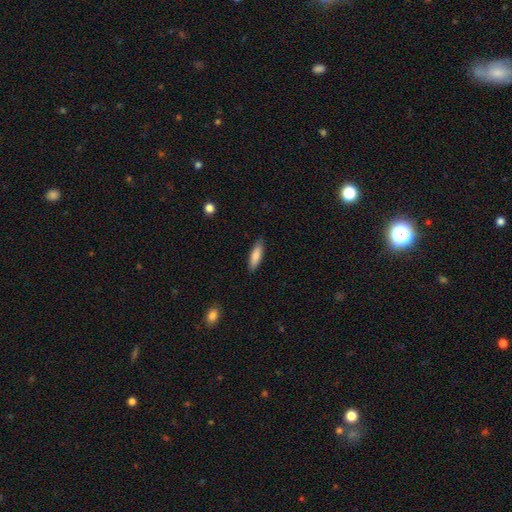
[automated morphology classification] Smooth or featured? Predicted: smooth (p=0.84). How rounded? Predicted: cigar-shaped (p=0.57). Merging? Predicted: none (p=0.88).